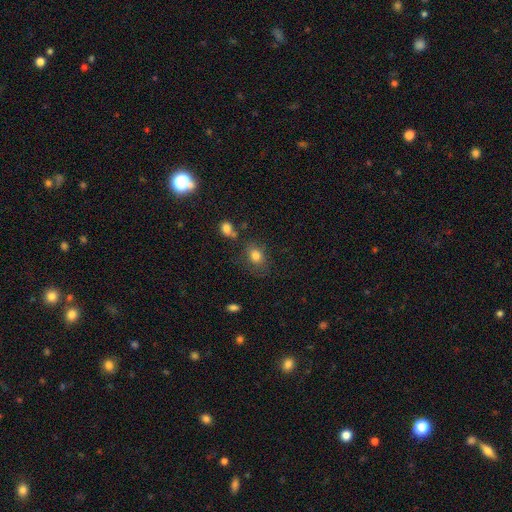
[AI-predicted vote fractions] Smooth or featured? smooth (79%)
How rounded? in between (54%)
Merging? none (66%)